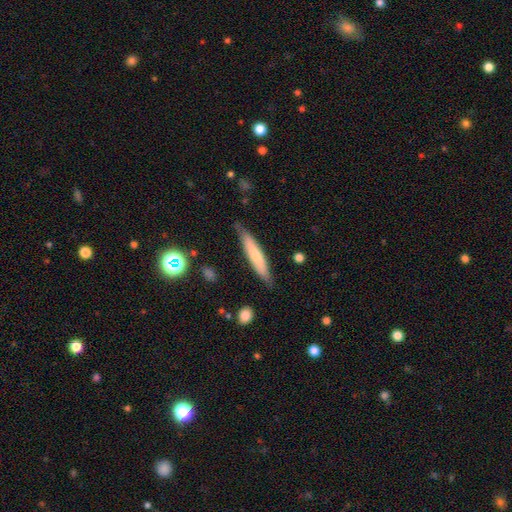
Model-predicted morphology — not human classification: This is likely a smooth galaxy (61%). How rounded: clearly cigar-shaped (89%). Merging: clearly none (81%).